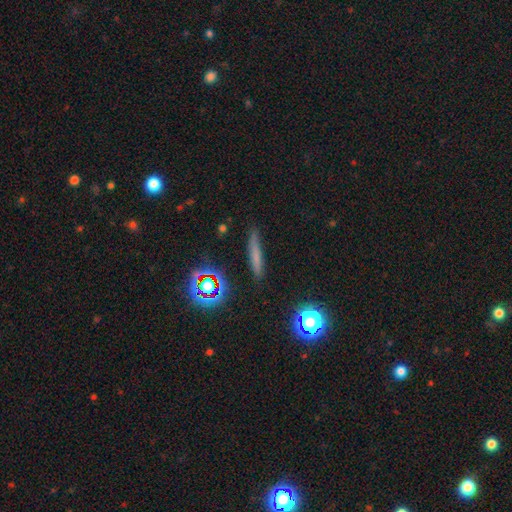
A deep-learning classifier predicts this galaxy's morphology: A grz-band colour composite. It shows a smooth galaxy with no disk features (58%) that is cigar-shaped (88%). Merging: none (84%).